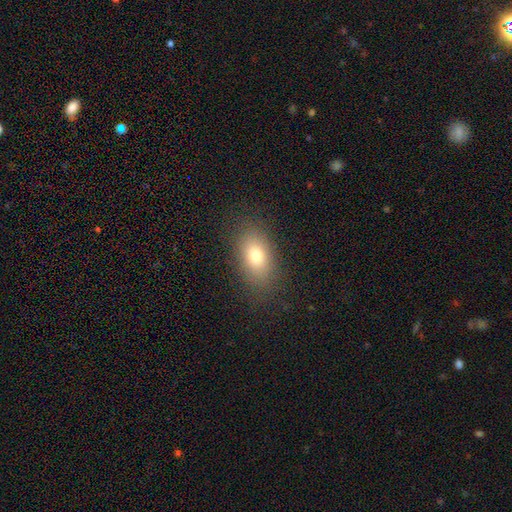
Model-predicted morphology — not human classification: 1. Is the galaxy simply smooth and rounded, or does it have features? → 76% smooth, 13% featured or disk, 11% star or artifact.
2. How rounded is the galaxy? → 85% in between, 13% round, 2% cigar-shaped.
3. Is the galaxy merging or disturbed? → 85% none, 10% minor disturbance, 4% major disturbance, 1% merger.